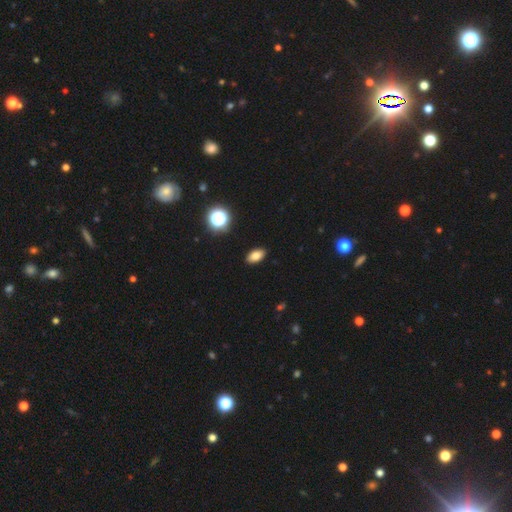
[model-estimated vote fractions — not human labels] Smooth or featured: smooth — 80% (star or artifact — 12%)
How rounded: in between — 89% (round — 7%)
Merging: none — 90% (minor disturbance — 7%)